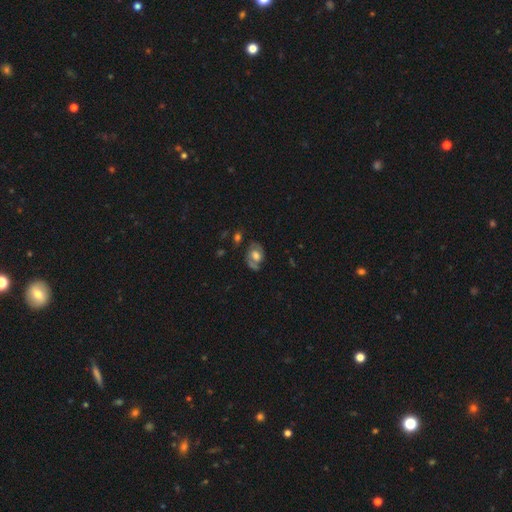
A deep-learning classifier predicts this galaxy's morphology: Q: Smooth or featured?
A: featured or disk (57%); runner-up: smooth (35%)
Q: Edge-on disk?
A: no (96%); runner-up: yes (4%)
Q: Bar?
A: no (58%); runner-up: weak (33%)
Q: Spiral arms?
A: yes (70%); runner-up: no (30%)
Q: Bulge size?
A: moderate (43%); runner-up: large (38%)
Q: Merging?
A: none (54%); runner-up: minor disturbance (22%)